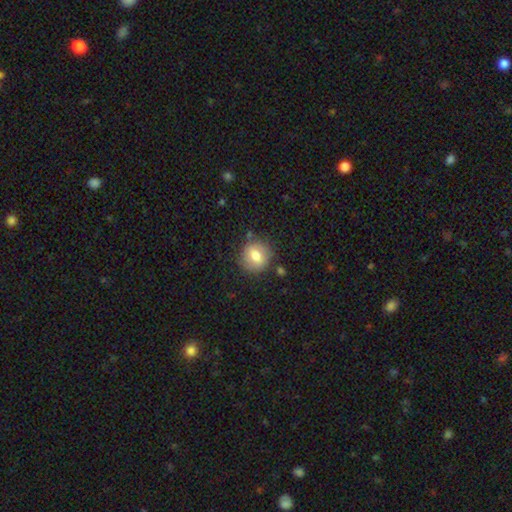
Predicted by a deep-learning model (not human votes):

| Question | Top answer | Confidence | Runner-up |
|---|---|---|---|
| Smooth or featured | smooth | 76% | featured or disk (16%) |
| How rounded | round | 84% | in between (15%) |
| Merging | none | 81% | minor disturbance (13%) |